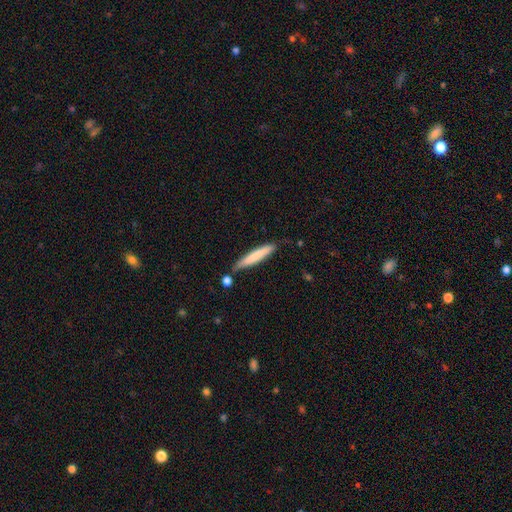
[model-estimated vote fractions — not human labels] Smooth or featured? Predicted: smooth (p=0.72). How rounded? Predicted: cigar-shaped (p=0.93). Merging? Predicted: none (p=0.71).